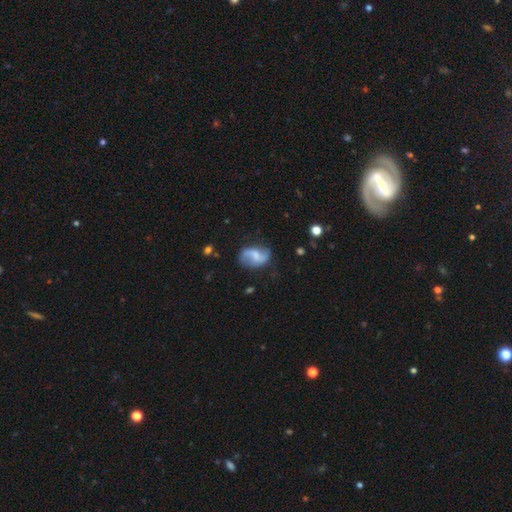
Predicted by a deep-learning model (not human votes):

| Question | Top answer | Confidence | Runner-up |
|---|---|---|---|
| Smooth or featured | featured or disk | 74% | smooth (19%) |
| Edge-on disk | no | 97% | yes (3%) |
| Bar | weak | 46% | no (34%) |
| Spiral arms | yes | 92% | no (8%) |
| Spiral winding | loose | 71% | medium (23%) |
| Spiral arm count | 2 | 90% | can't tell (4%) |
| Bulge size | none | 37% | small (34%) |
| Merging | none | 70% | minor disturbance (19%) |